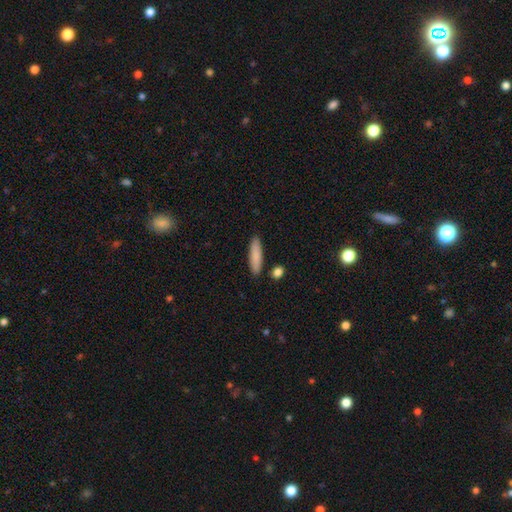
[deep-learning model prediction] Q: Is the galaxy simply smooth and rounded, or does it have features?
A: smooth — 85%.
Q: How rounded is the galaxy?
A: cigar-shaped — 72%.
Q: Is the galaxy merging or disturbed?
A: none — 87%.